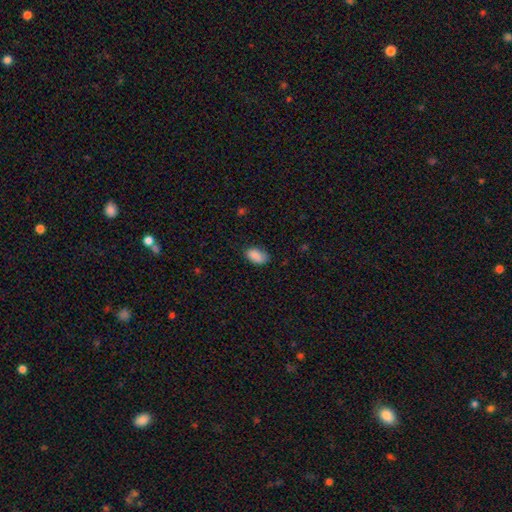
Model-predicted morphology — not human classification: This is clearly a smooth galaxy (88%). How rounded: clearly in between (93%). Merging: likely none (74%).